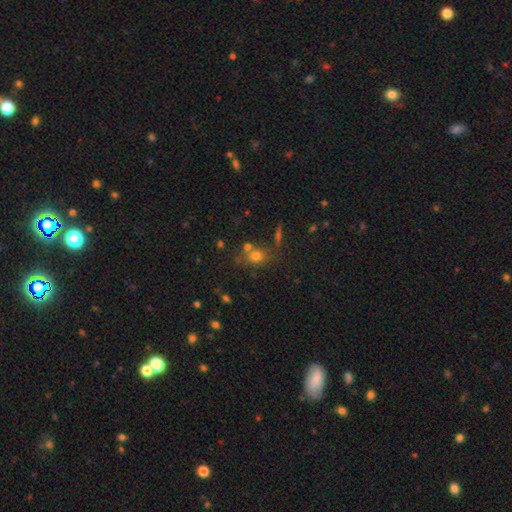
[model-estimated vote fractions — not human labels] Smooth or featured: smooth — 69% (star or artifact — 18%)
How rounded: round — 58% (in between — 39%)
Merging: none — 58% (merger — 22%)